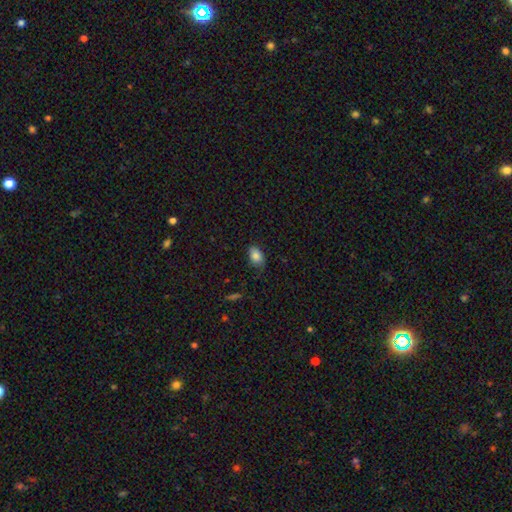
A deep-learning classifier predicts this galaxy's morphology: The model was most divided on "merging": none: 68%, minor disturbance: 25%, major disturbance: 5%, merger: 1%. More confident: how rounded — in between (88%); smooth or featured — smooth (83%).